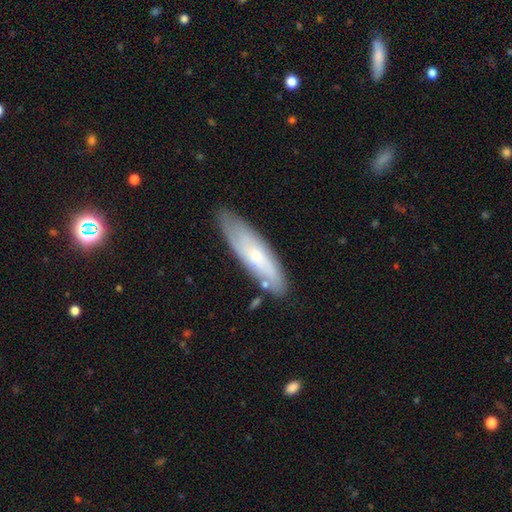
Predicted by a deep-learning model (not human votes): Smooth or featured: smooth — 53% (featured or disk — 41%)
How rounded: cigar-shaped — 63% (in between — 35%)
Merging: none — 75% (minor disturbance — 18%)